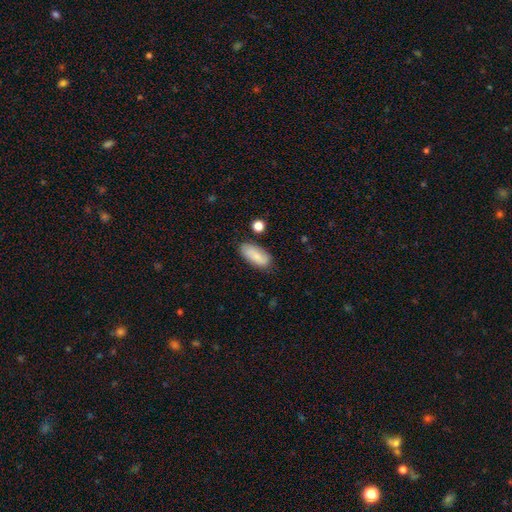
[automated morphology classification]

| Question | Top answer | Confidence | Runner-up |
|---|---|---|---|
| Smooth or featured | smooth | 78% | featured or disk (15%) |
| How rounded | in between | 86% | cigar-shaped (11%) |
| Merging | none | 78% | minor disturbance (16%) |